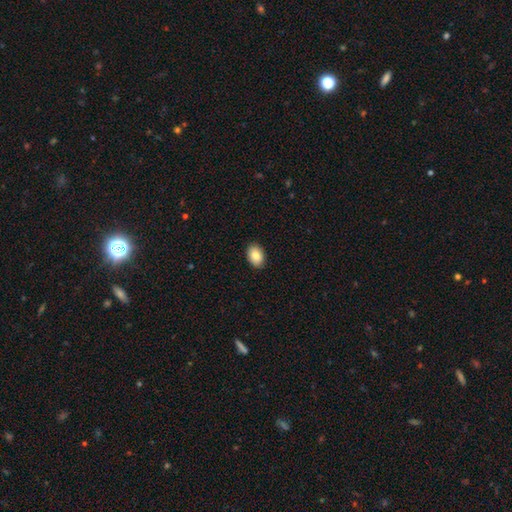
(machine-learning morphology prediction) This is clearly a smooth galaxy (85%). How rounded: clearly in between (83%). Merging: clearly none (90%).